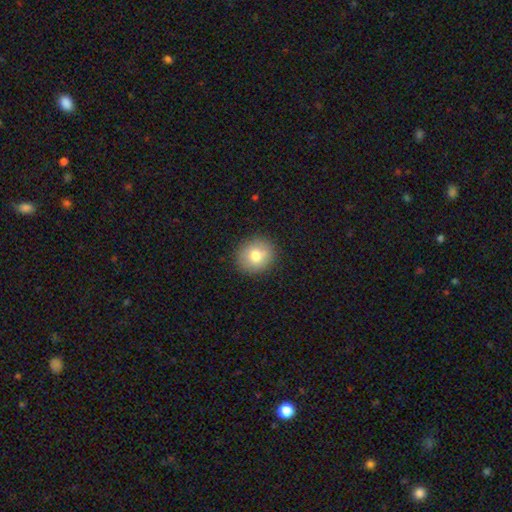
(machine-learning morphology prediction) type=smooth (77%); roundness=round (83%); merging=none (89%).